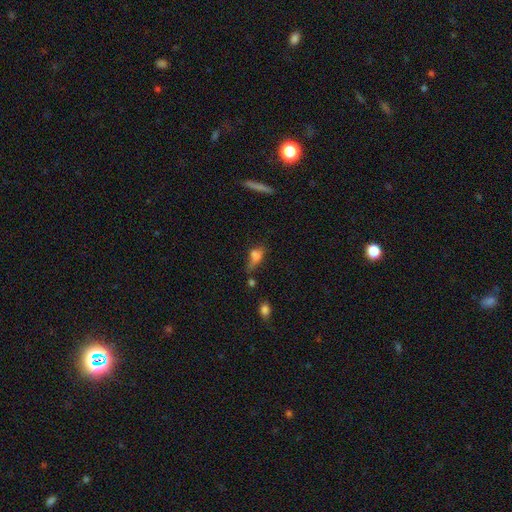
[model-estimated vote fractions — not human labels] This is likely a smooth galaxy (64%). How rounded: likely in between (67%). Merging: marginally none (31%).